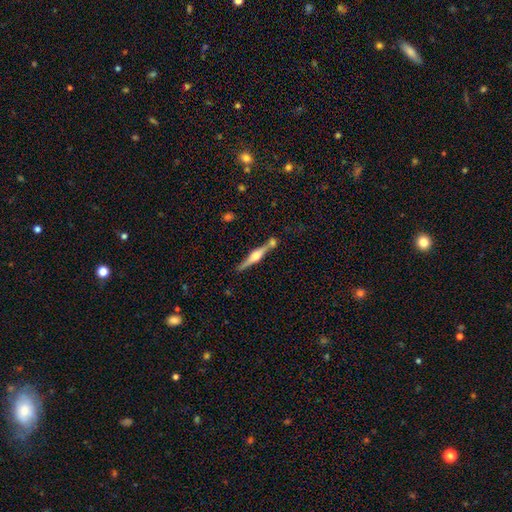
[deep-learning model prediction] featured or disk 75%, smooth 19%, star or artifact 6%. Down the decision tree: edge-on disk — yes (98%); edge-on bulge — rounded (89%); merging — none (76%).